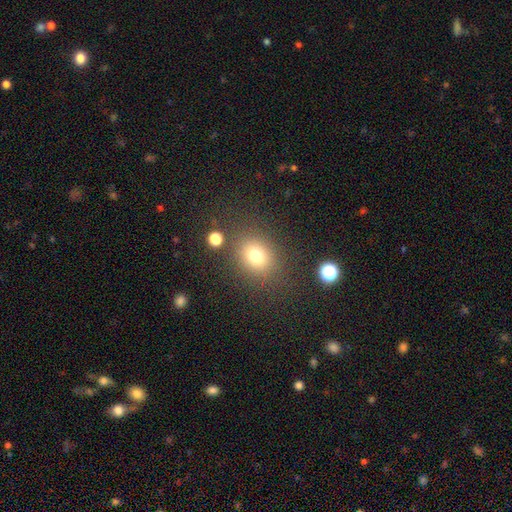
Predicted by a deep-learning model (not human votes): A smooth galaxy with no disk features (76%) that is round (59%). Merging: none (81%).